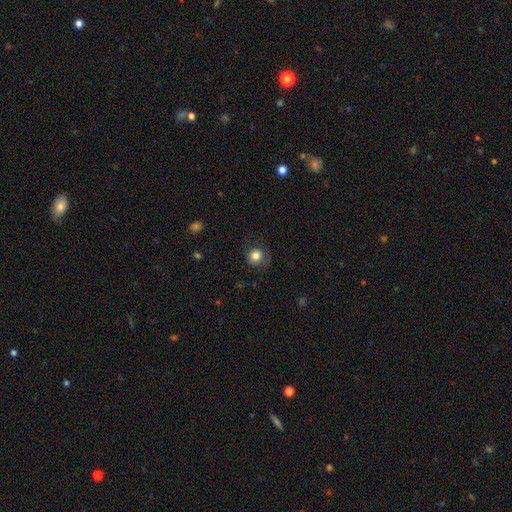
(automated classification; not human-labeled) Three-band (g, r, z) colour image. It shows a smooth galaxy with no disk features (81%) that is round (88%). Merging: none (72%).